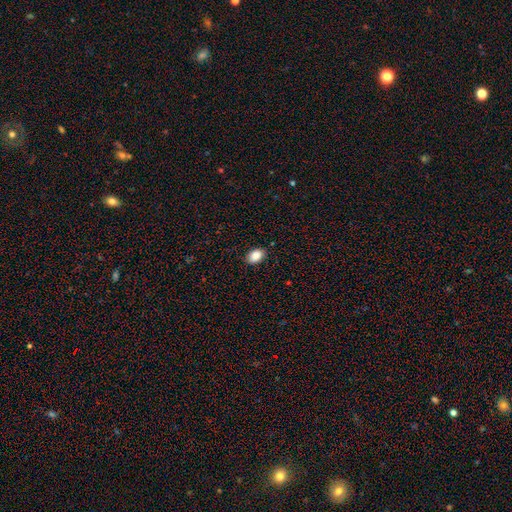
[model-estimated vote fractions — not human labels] Overall: smooth (88%). How rounded: in between (84%). Merging: none (87%).